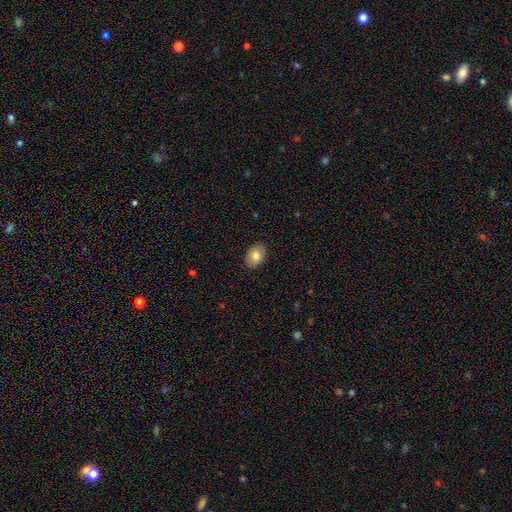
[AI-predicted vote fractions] This appears to be a smooth galaxy with no disk features (81%) that is in between round and cigar-shaped (77%). Merging: none (89%).